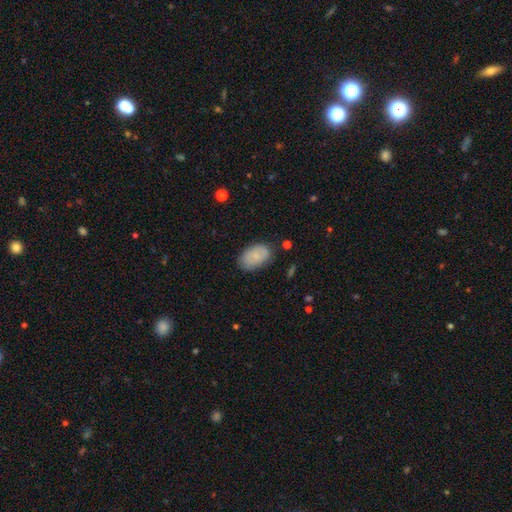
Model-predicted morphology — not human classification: A smooth galaxy with no disk features (73%) that is in between round and cigar-shaped (91%). Merging: none (78%).